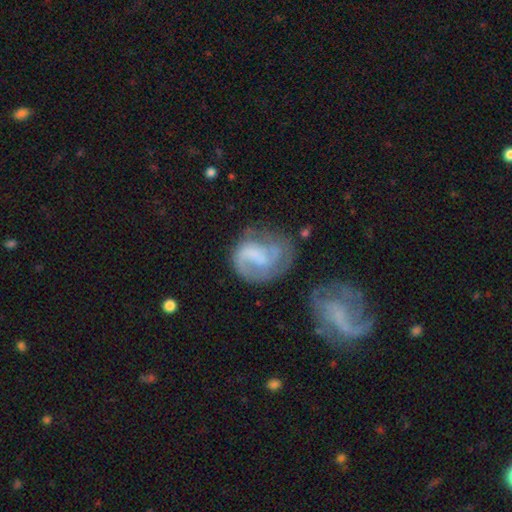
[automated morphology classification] smooth_or_featured: featured or disk (p=0.66) [alt: smooth p=0.26]
disk_edge_on: no (p=0.98) [alt: yes p=0.02]
bar: no (p=0.49) [alt: weak p=0.39]
has_spiral_arms: yes (p=0.82) [alt: no p=0.18]
spiral_winding: medium (p=0.40) [alt: tight p=0.33]
spiral_arm_count: 1 (p=0.40) [alt: 2 p=0.36]
bulge_size: none (p=0.51) [alt: small p=0.20]
merging: none (p=0.44) [alt: major disturbance p=0.26]